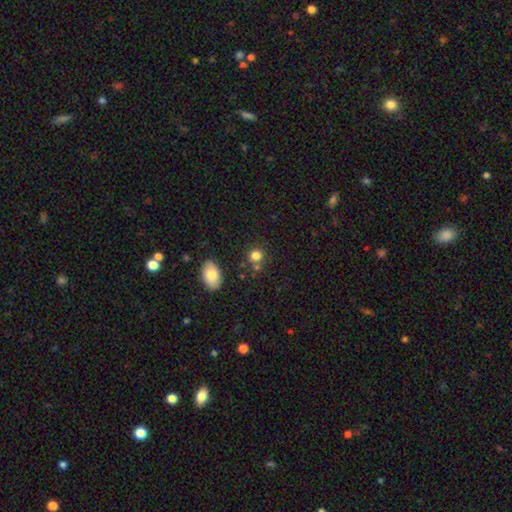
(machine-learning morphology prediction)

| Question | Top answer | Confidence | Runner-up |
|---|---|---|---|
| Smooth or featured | smooth | 82% | star or artifact (12%) |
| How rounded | round | 80% | in between (19%) |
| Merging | none | 70% | merger (15%) |